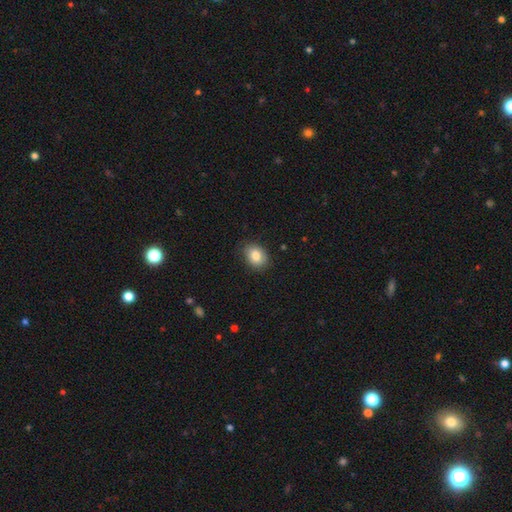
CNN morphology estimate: Overall: smooth (84%). How rounded: in between (63%; round 36%). Merging: none (83%).